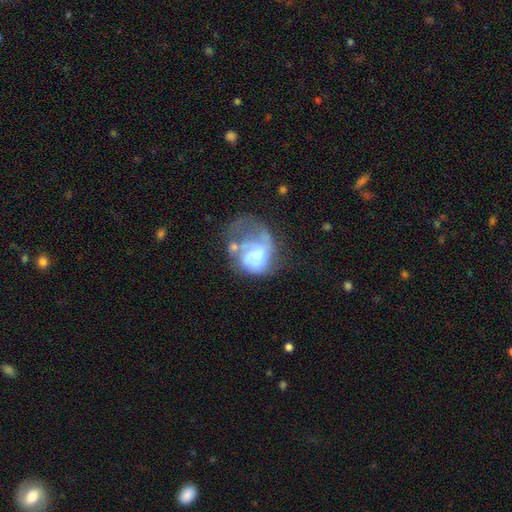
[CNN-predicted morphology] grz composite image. It shows a featured or disk galaxy (55%) with no bar (75%), no spiral arms (53%) and a moderate central bulge (31%). Merging: major disturbance (49%).